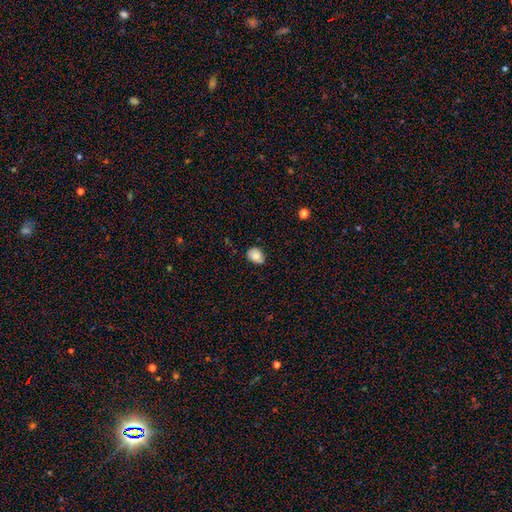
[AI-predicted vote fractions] Overall: smooth (79%). How rounded: in between (51%; round 48%). Merging: none (69%).